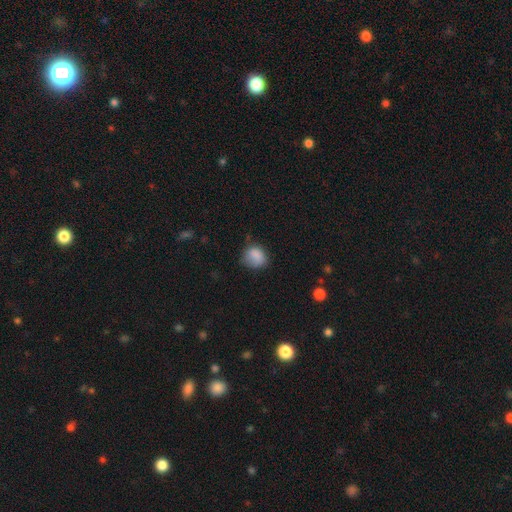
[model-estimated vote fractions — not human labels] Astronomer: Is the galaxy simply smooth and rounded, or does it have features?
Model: smooth — 84%.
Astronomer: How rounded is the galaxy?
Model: round — 60% (runner-up: in between, 39%).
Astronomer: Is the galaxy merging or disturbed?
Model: none — 60%.